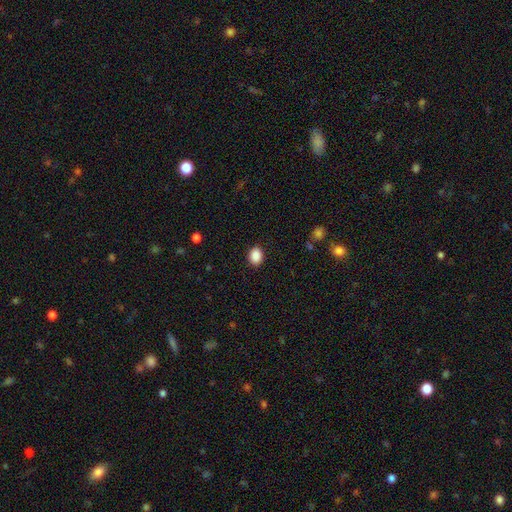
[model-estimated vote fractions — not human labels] smooth_or_featured: smooth (p=0.89) [alt: star or artifact p=0.08]
how_rounded: in between (p=0.57) [alt: round p=0.42]
merging: none (p=0.89) [alt: minor disturbance p=0.08]